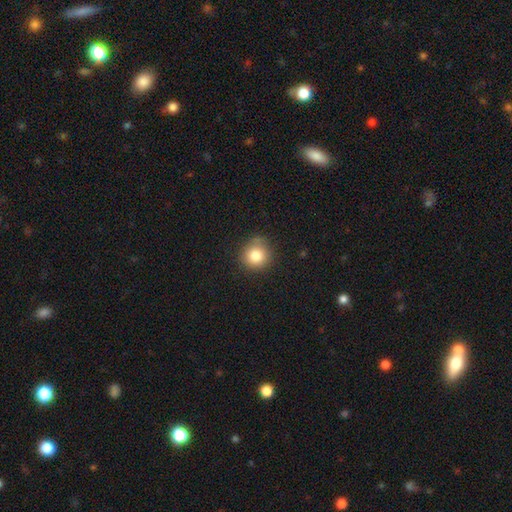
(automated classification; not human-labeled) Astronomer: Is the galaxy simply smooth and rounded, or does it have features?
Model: smooth — 82%.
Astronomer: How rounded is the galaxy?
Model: round — 89%.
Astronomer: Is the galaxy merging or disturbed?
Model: none — 80%.